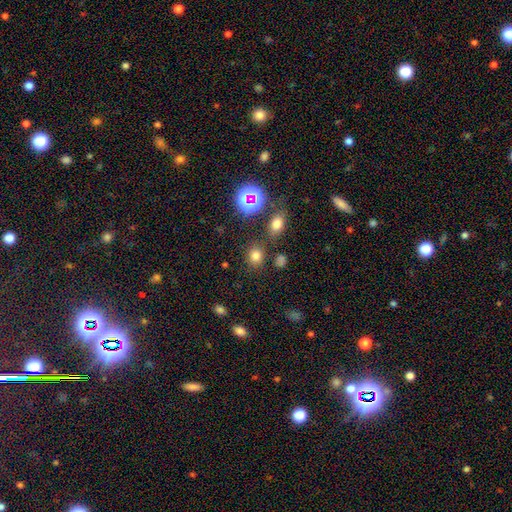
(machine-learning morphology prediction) A smooth galaxy with no disk features (74%) that is round (67%). Merging: none (78%).